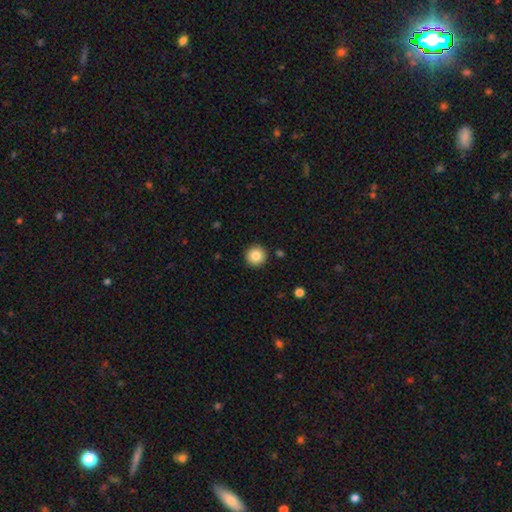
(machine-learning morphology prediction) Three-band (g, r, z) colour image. It shows a smooth galaxy with no disk features (85%) that is round (96%). Merging: none (92%).